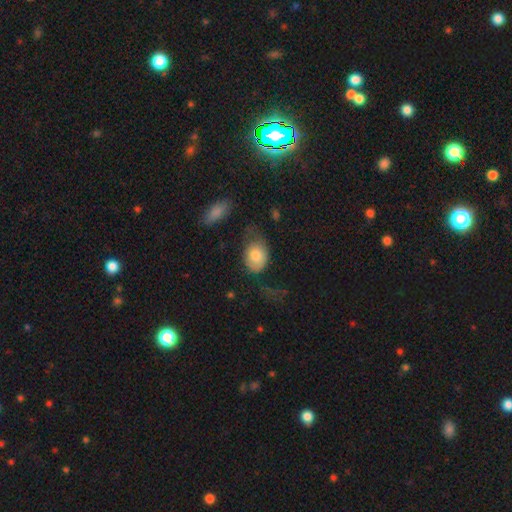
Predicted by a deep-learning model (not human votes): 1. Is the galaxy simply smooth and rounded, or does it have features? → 77% smooth, 16% featured or disk, 7% star or artifact.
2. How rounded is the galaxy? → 75% in between, 24% round, 1% cigar-shaped.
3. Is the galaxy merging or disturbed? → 35% none, 34% minor disturbance, 27% major disturbance, 4% merger.